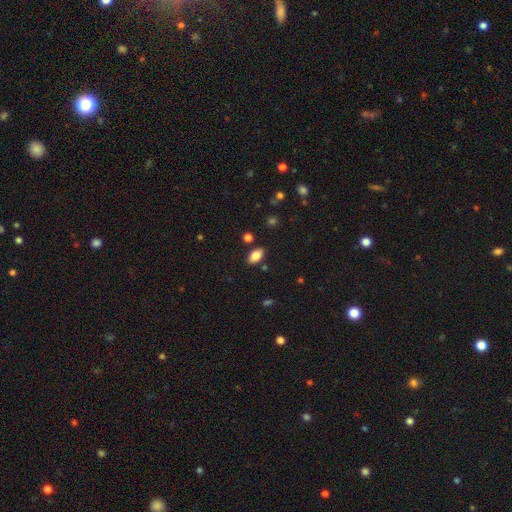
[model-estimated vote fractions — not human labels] Smooth or featured? Predicted: smooth (p=0.85). How rounded? Predicted: in between (p=0.92). Merging? Predicted: none (p=0.84).